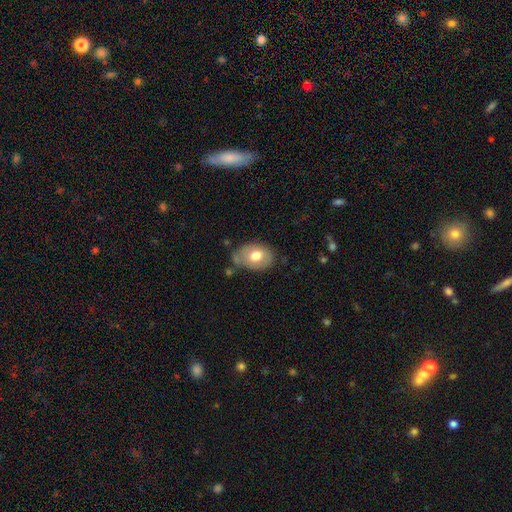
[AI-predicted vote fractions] Smooth or featured: smooth — 69% (featured or disk — 24%)
How rounded: in between — 78% (round — 21%)
Merging: none — 59% (minor disturbance — 28%)